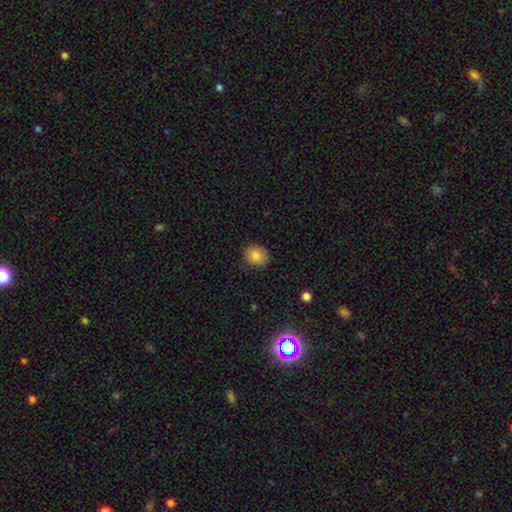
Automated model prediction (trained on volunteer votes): Q: Smooth or featured?
A: smooth (84%); runner-up: star or artifact (10%)
Q: How rounded?
A: round (80%); runner-up: in between (19%)
Q: Merging?
A: none (86%); runner-up: minor disturbance (11%)